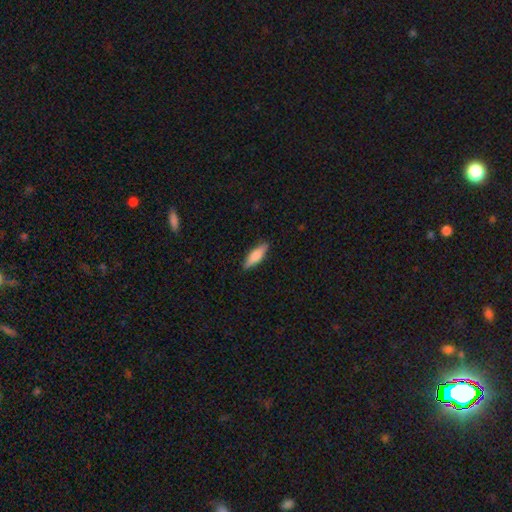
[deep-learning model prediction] Smooth or featured?
  - smooth: 72% *
  - featured or disk: 22%
  - star or artifact: 6%
How rounded?
  - cigar-shaped: 56% *
  - in between: 42%
  - round: 2%
Merging?
  - none: 88% *
  - minor disturbance: 9%
  - major disturbance: 2%
  - merger: 1%